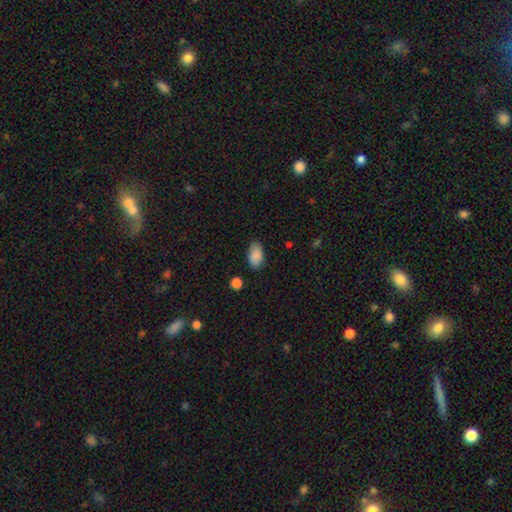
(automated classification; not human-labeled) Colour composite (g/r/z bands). It shows a smooth galaxy with no disk features (88%) that is in between round and cigar-shaped (93%). Merging: none (80%).